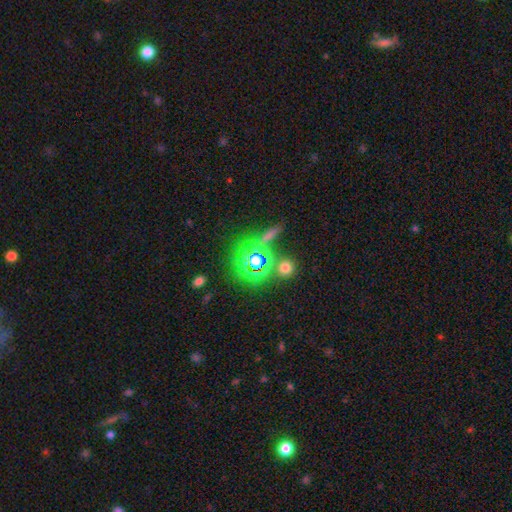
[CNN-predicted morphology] Q: Smooth or featured?
A: star or artifact (49%); runner-up: smooth (40%)